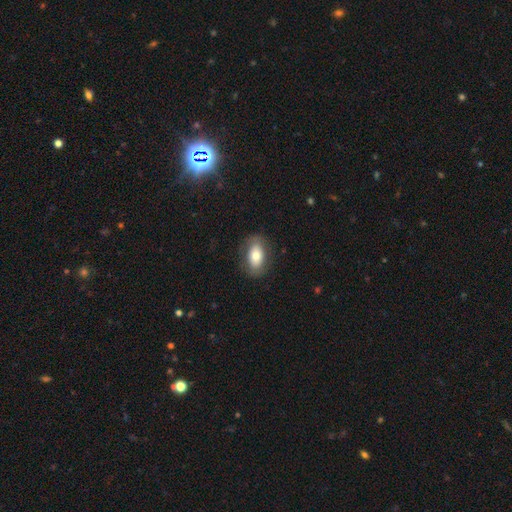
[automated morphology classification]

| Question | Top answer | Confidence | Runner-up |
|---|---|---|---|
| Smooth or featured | smooth | 74% | featured or disk (19%) |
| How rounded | in between | 89% | round (9%) |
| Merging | none | 81% | minor disturbance (13%) |